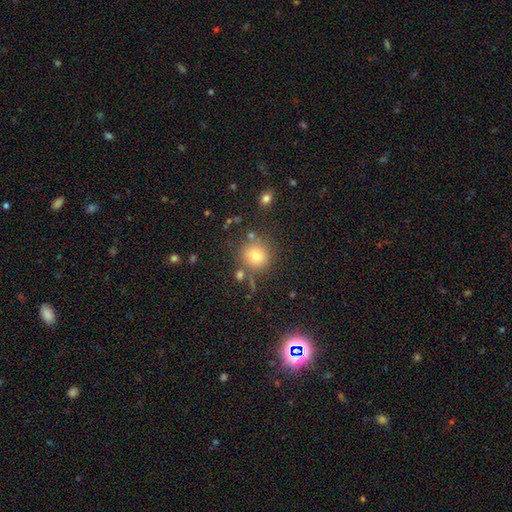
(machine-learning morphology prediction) Overall: smooth (75%). How rounded: round (90%). Merging: none (75%).